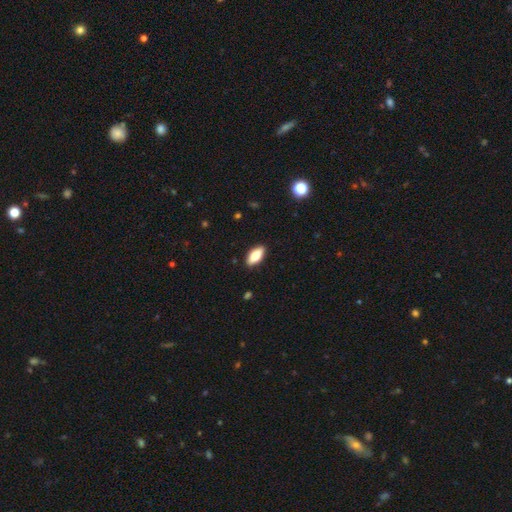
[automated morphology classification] Smooth or featured: smooth — 76% (featured or disk — 18%)
How rounded: in between — 83% (cigar-shaped — 14%)
Merging: none — 89% (minor disturbance — 9%)